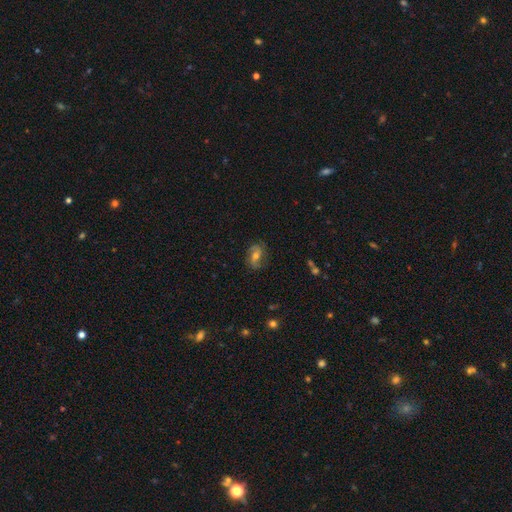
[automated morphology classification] smooth_or_featured: featured or disk (p=0.63) [alt: smooth p=0.25]
disk_edge_on: no (p=0.95) [alt: yes p=0.05]
bar: no (p=0.44) [alt: weak p=0.39]
has_spiral_arms: yes (p=0.88) [alt: no p=0.12]
spiral_winding: medium (p=0.43) [alt: loose p=0.32]
spiral_arm_count: 2 (p=0.71) [alt: can't tell p=0.14]
bulge_size: moderate (p=0.66) [alt: small p=0.24]
merging: none (p=0.77) [alt: minor disturbance p=0.16]